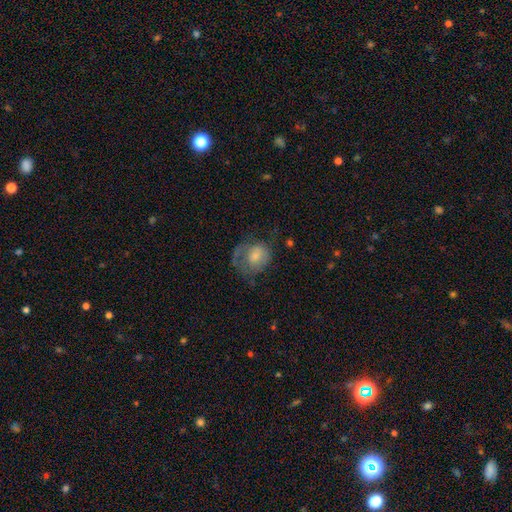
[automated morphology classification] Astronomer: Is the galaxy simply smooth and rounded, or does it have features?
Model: smooth — 53% (runner-up: featured or disk, 39%).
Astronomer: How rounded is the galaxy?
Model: round — 58% (runner-up: in between, 42%).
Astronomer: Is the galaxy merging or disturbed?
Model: major disturbance — 41% (runner-up: none, 34%).